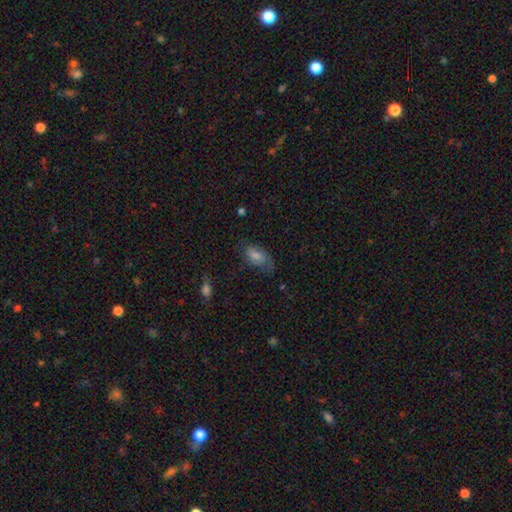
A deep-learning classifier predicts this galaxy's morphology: smooth-or-featured: smooth: 65% | featured or disk: 20% | star or artifact: 14%
  how-rounded: in between: 87% | cigar-shaped: 7% | round: 6%
  merging: none: 59% | minor disturbance: 27% | major disturbance: 12% | merger: 2%